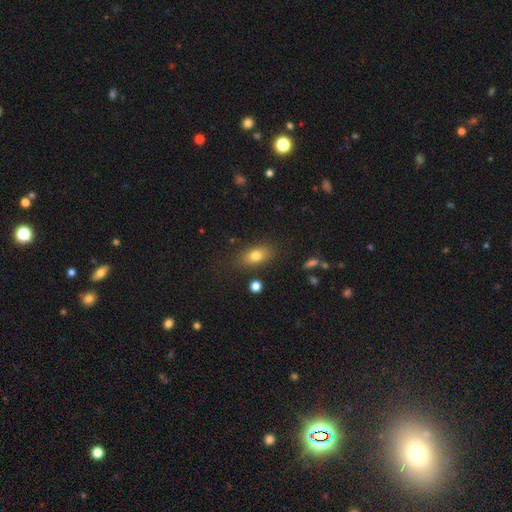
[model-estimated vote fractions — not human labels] Smooth or featured: smooth — 77% (featured or disk — 13%)
How rounded: in between — 82% (round — 10%)
Merging: none — 81% (minor disturbance — 13%)